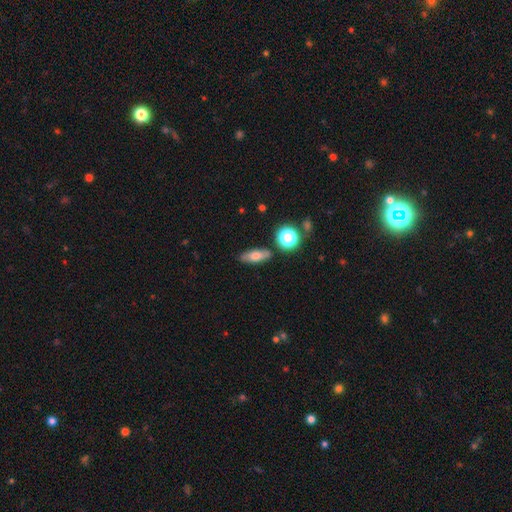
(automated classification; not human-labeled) smooth_or_featured: smooth (p=0.65) [alt: featured or disk p=0.23]
how_rounded: in between (p=0.60) [alt: cigar-shaped p=0.30]
merging: none (p=0.82) [alt: minor disturbance p=0.11]